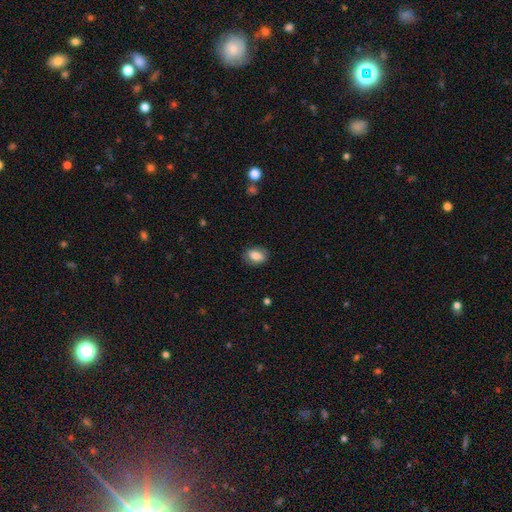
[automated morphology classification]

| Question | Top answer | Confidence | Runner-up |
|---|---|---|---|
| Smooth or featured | smooth | 80% | featured or disk (12%) |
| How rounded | in between | 79% | round (19%) |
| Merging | none | 83% | minor disturbance (13%) |